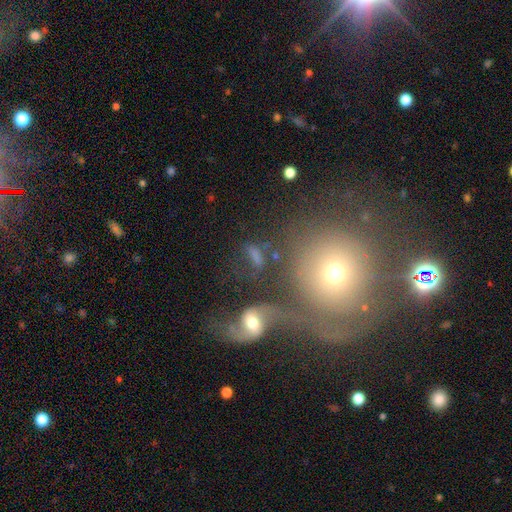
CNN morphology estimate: Smooth or featured?
  - featured or disk: 43% *
  - smooth: 41%
  - star or artifact: 16%
Merging?
  - none: 47% *
  - merger: 26%
  - minor disturbance: 14%
  - major disturbance: 14%